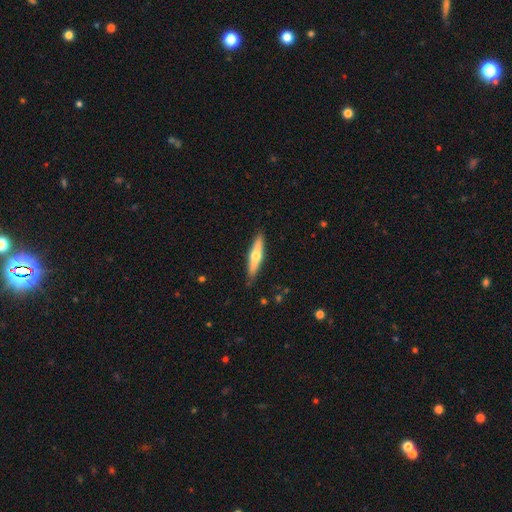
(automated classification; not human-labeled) This appears to be a featured or disk galaxy (52%) viewed edge-on (93%). Merging: none (88%).